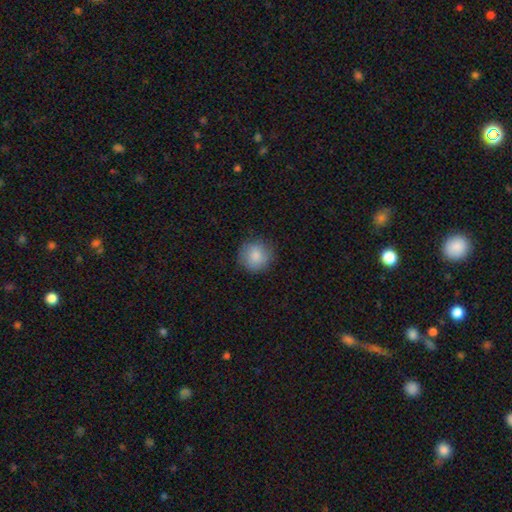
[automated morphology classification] This appears to be a smooth galaxy with no disk features (85%) that is round (92%). Merging: none (84%).